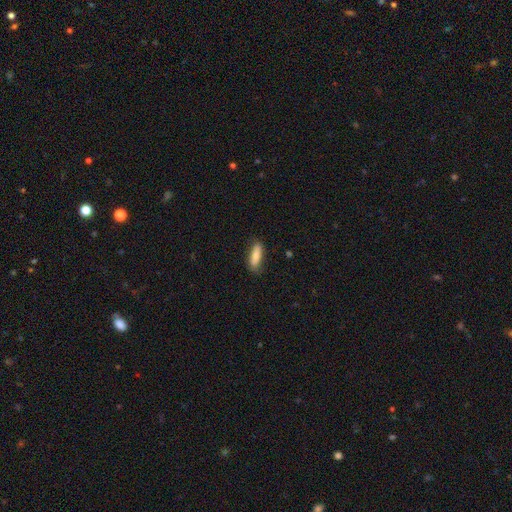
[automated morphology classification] This is likely a smooth galaxy (78%). How rounded: possibly in between (54%). Merging: likely none (75%).